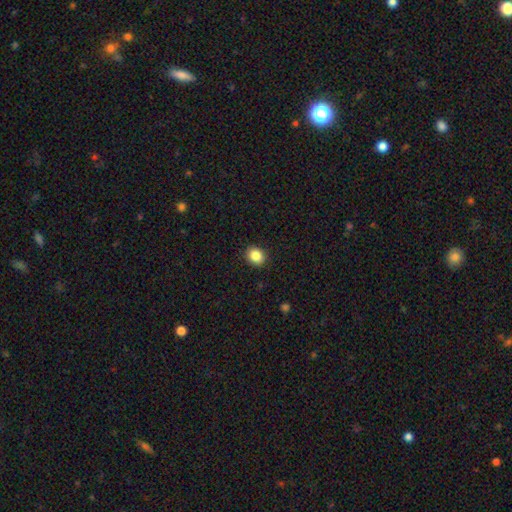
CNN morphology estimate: smooth 86%, star or artifact 9%, featured or disk 5%. Down the decision tree: how rounded — round (62%); merging — none (91%).